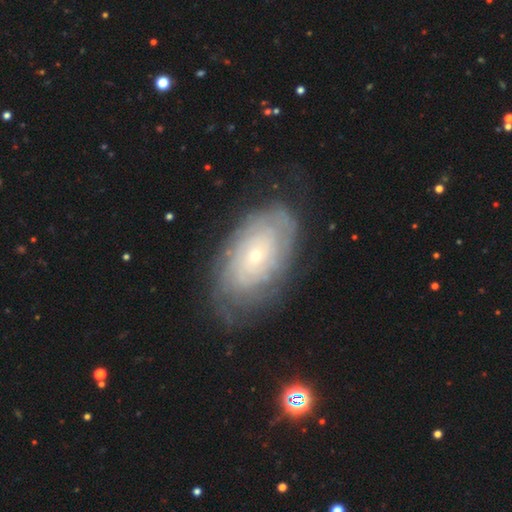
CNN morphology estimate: smooth_or_featured: featured or disk (p=0.72) [alt: smooth p=0.21]
disk_edge_on: no (p=0.94) [alt: yes p=0.06]
bar: no (p=0.85) [alt: weak p=0.12]
has_spiral_arms: yes (p=0.82) [alt: no p=0.18]
spiral_winding: tight (p=0.81) [alt: medium p=0.14]
spiral_arm_count: can't tell (p=0.61) [alt: more than 4 p=0.10]
bulge_size: small (p=0.76) [alt: moderate p=0.20]
merging: none (p=0.72) [alt: minor disturbance p=0.19]